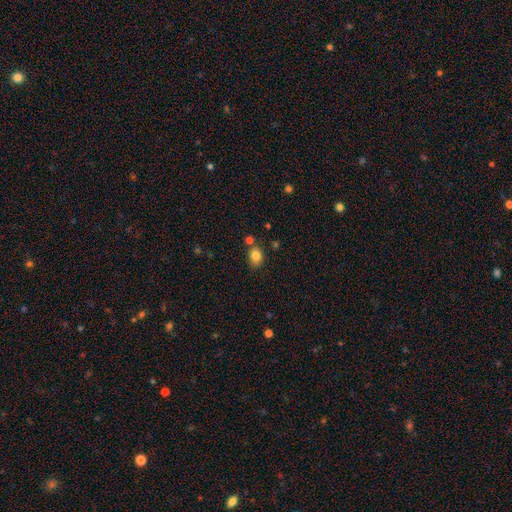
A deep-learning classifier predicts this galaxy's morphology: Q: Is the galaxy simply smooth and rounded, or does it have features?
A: smooth — 83%.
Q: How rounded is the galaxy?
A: in between — 51%.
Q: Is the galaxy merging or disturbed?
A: none — 75%.